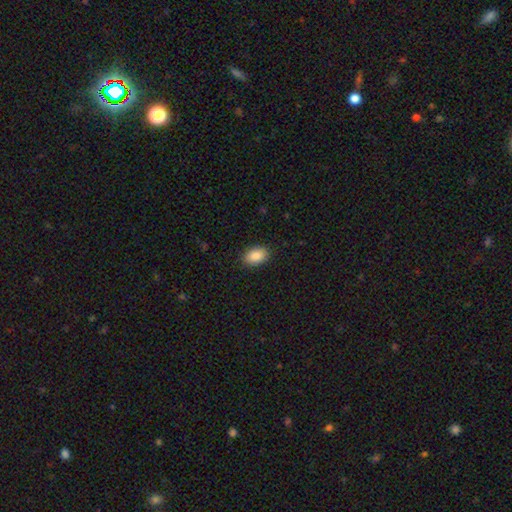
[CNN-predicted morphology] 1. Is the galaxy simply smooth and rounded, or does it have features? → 88% smooth, 7% star or artifact, 5% featured or disk.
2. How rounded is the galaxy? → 88% in between, 10% round, 1% cigar-shaped.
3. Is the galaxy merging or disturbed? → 89% none, 8% minor disturbance, 2% major disturbance, 1% merger.